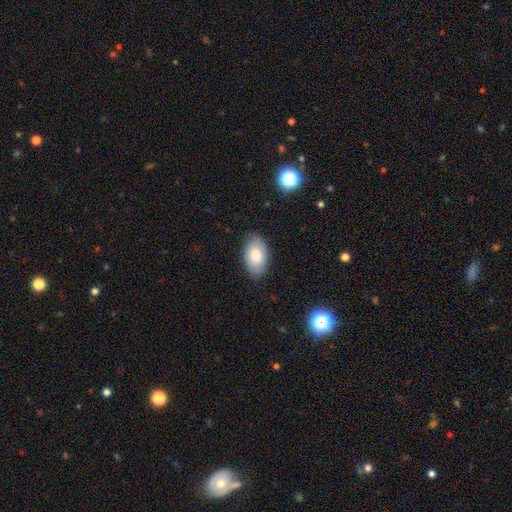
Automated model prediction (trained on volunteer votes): smooth-or-featured: smooth: 83% | featured or disk: 10% | star or artifact: 6%
  how-rounded: in between: 95% | round: 4% | cigar-shaped: 1%
  merging: none: 83% | minor disturbance: 13% | major disturbance: 3% | merger: 1%